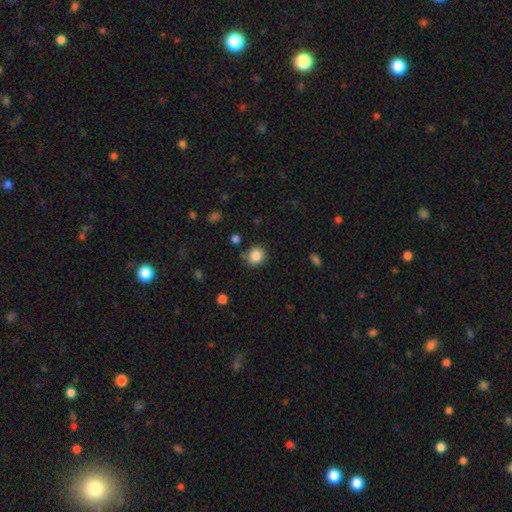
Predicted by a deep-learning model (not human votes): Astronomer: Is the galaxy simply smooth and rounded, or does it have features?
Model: smooth — 85%.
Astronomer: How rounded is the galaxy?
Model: round — 79%.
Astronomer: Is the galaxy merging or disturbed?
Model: none — 82%.